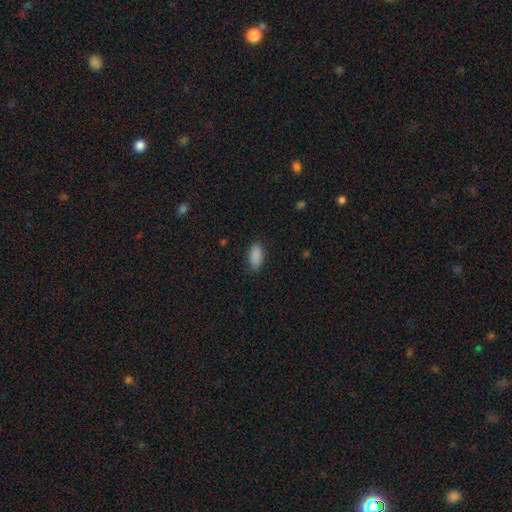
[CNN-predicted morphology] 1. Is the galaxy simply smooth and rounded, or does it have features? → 89% smooth, 8% star or artifact, 4% featured or disk.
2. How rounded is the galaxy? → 91% in between, 6% cigar-shaped, 3% round.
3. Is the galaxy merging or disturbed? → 81% none, 15% minor disturbance, 3% major disturbance, 1% merger.